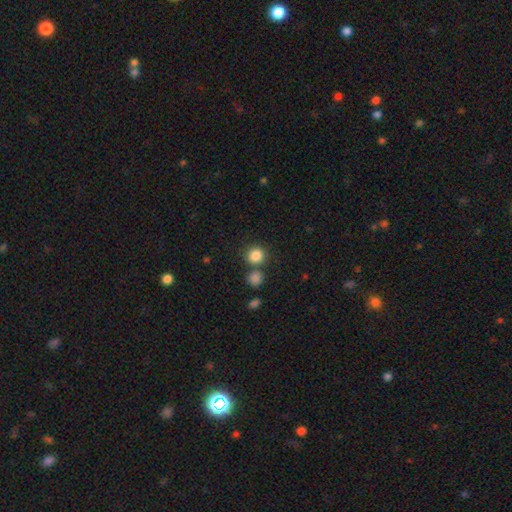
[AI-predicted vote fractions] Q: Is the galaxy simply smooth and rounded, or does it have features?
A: smooth — 85%.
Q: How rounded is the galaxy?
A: round — 86%.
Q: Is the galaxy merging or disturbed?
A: none — 70%.